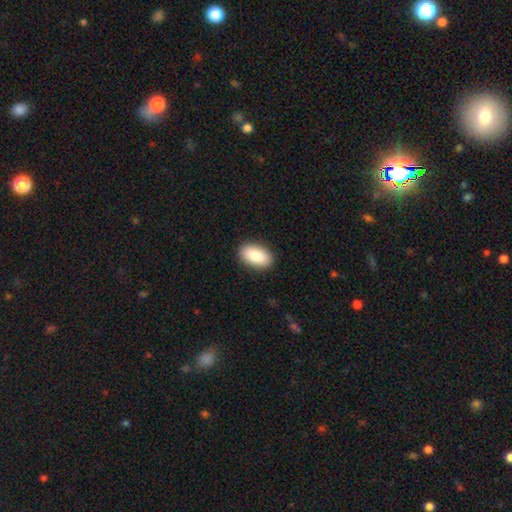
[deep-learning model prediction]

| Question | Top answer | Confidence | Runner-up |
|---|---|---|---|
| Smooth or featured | smooth | 88% | star or artifact (6%) |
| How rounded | in between | 94% | round (4%) |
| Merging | none | 90% | minor disturbance (7%) |